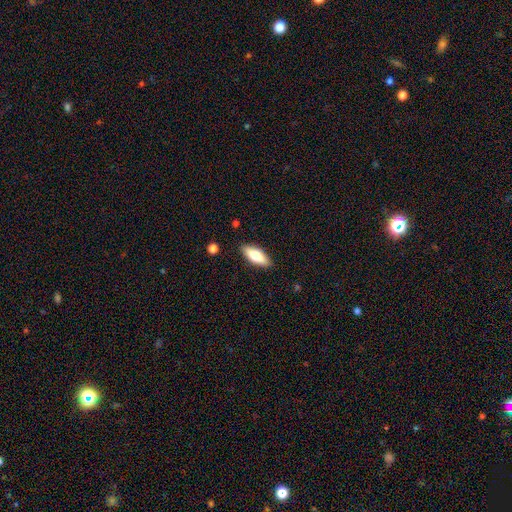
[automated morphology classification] Smooth or featured?
  - smooth: 75% *
  - featured or disk: 19%
  - star or artifact: 6%
How rounded?
  - in between: 71% *
  - cigar-shaped: 27%
  - round: 2%
Merging?
  - none: 87% *
  - minor disturbance: 9%
  - major disturbance: 2%
  - merger: 1%